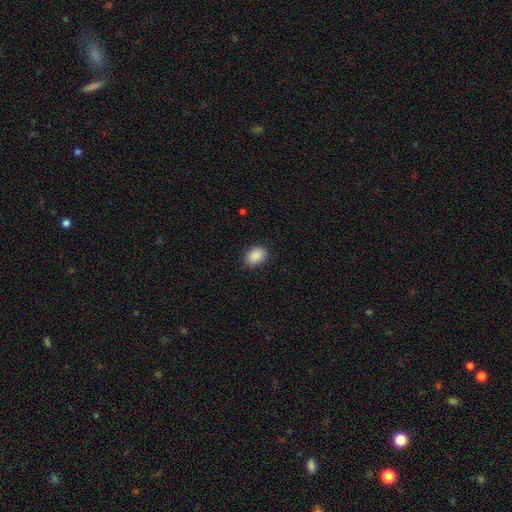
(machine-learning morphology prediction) Q: Smooth or featured?
A: smooth (90%); runner-up: star or artifact (8%)
Q: How rounded?
A: in between (76%); runner-up: round (23%)
Q: Merging?
A: none (86%); runner-up: minor disturbance (10%)